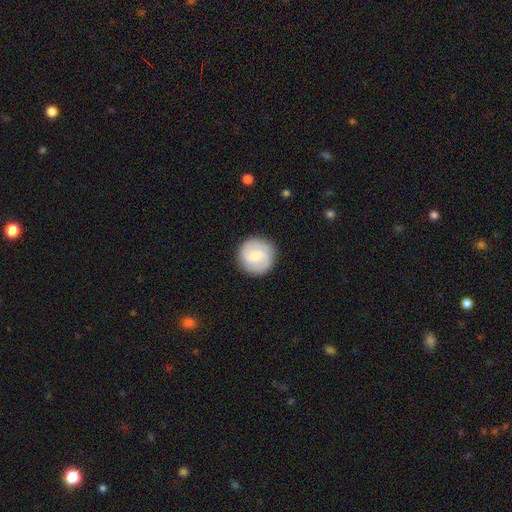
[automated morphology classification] smooth_or_featured: featured or disk (p=0.51) [alt: smooth p=0.43]
disk_edge_on: no (p=0.98) [alt: yes p=0.02]
merging: none (p=0.88) [alt: minor disturbance p=0.08]